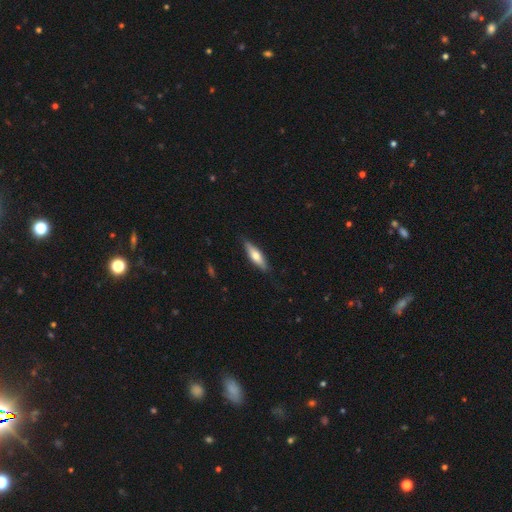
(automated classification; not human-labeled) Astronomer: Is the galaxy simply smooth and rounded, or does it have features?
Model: smooth — 57% (runner-up: featured or disk, 38%).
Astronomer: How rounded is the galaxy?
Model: cigar-shaped — 61% (runner-up: in between, 37%).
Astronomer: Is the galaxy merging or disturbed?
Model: none — 85%.